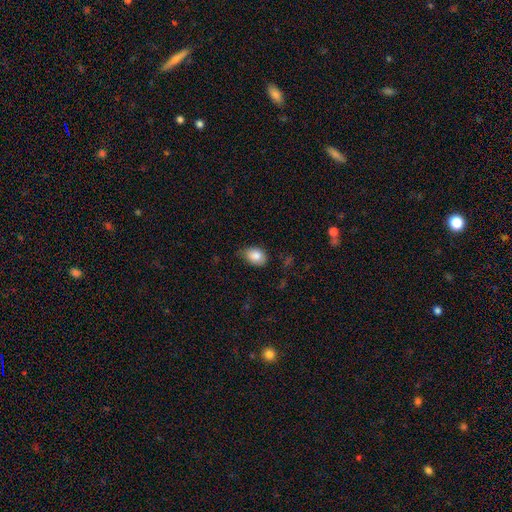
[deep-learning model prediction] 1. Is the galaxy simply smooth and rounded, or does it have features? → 85% smooth, 8% star or artifact, 7% featured or disk.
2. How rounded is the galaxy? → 73% in between, 26% round, 1% cigar-shaped.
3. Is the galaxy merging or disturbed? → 57% none, 35% minor disturbance, 7% major disturbance, 2% merger.